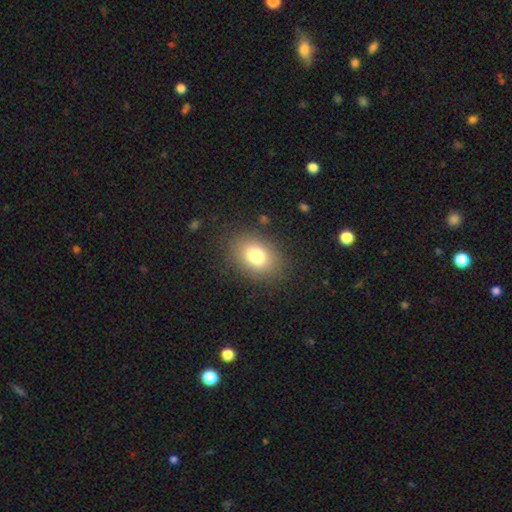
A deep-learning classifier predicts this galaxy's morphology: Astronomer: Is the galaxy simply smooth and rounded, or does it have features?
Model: smooth — 77%.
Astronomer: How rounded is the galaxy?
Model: in between — 69%.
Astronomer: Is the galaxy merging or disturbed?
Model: none — 84%.